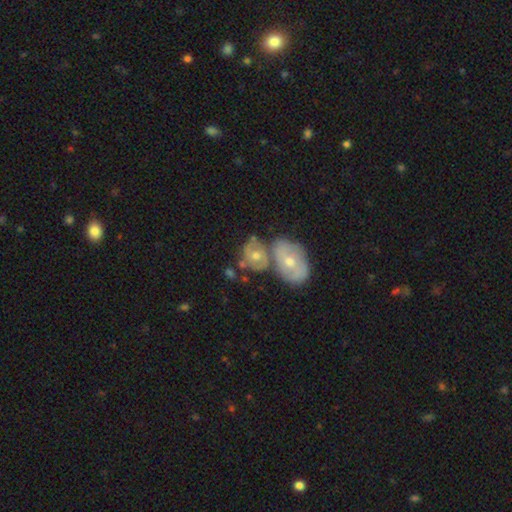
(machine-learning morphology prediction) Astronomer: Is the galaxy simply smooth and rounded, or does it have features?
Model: featured or disk — 60%.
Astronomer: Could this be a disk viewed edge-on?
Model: no — 95%.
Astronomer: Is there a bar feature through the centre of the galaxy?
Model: no — 75%.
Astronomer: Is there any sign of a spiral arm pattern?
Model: yes — 71%.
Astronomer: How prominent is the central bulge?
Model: moderate — 60%.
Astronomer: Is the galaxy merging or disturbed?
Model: merger — 52% (runner-up: none, 30%).